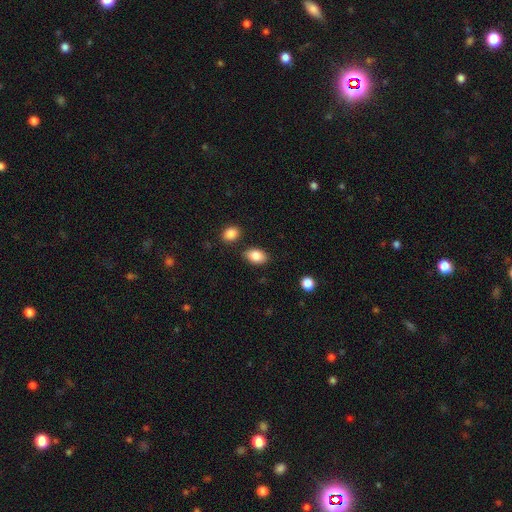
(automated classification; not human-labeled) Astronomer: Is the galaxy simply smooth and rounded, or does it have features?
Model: smooth — 87%.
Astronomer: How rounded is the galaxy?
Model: in between — 87%.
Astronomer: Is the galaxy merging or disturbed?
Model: none — 81%.